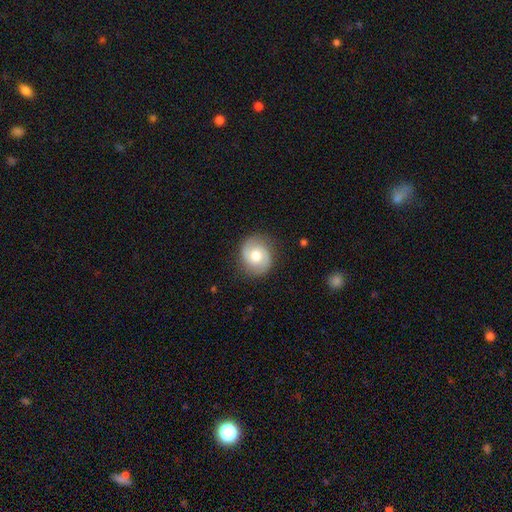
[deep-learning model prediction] Smooth or featured? Predicted: featured or disk (p=0.60). Edge-on disk? Predicted: no (p=0.98). Bar? Predicted: no (p=0.63). Spiral arms? Predicted: yes (p=0.87). Spiral winding? Predicted: medium (p=0.46). Spiral arm count? Predicted: 2 (p=0.89). Bulge size? Predicted: moderate (p=0.73). Merging? Predicted: none (p=0.83).